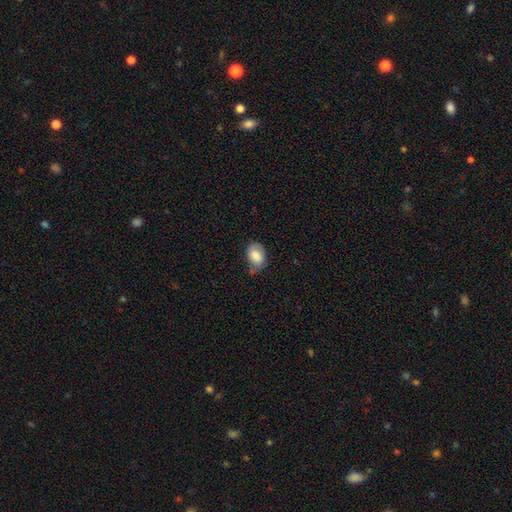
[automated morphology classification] The model was most divided on "merging": none: 48%, minor disturbance: 37%, major disturbance: 11%, merger: 4%. More confident: how rounded — in between (79%); smooth or featured — smooth (78%).